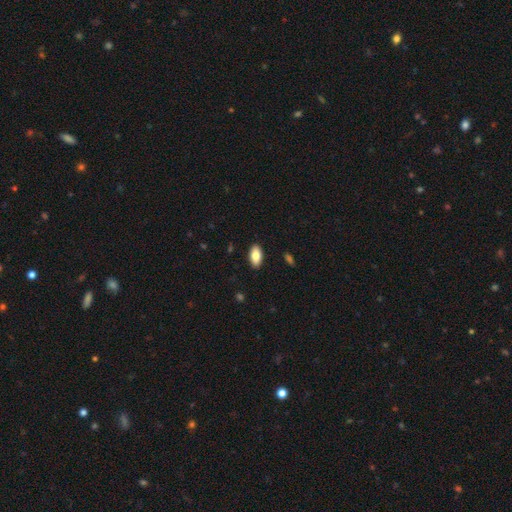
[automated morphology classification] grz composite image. It shows a smooth galaxy with no disk features (82%) that is in between round and cigar-shaped (92%). Merging: none (90%).